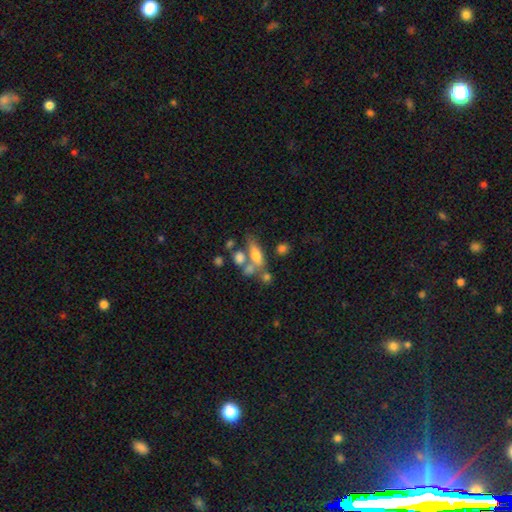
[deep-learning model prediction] A smooth galaxy with no disk features (61%) that is in between round and cigar-shaped (64%). Merging: none (40%).